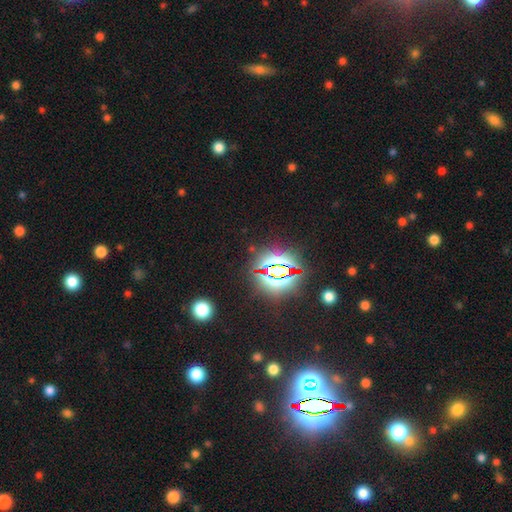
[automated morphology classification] Smooth or featured?
  - star or artifact: 83% *
  - smooth: 11%
  - featured or disk: 7%